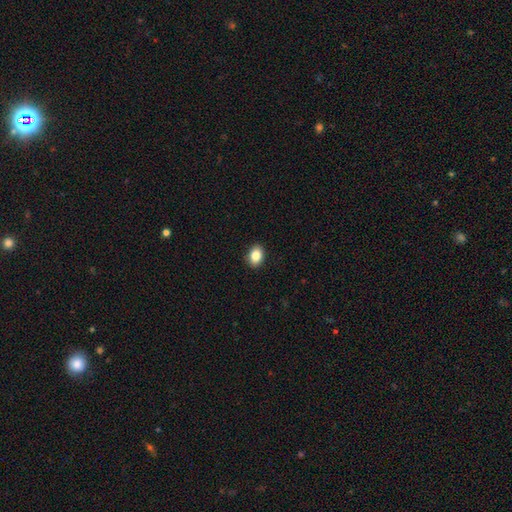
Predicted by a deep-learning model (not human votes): Overall: smooth (86%). How rounded: in between (74%). Merging: none (90%).